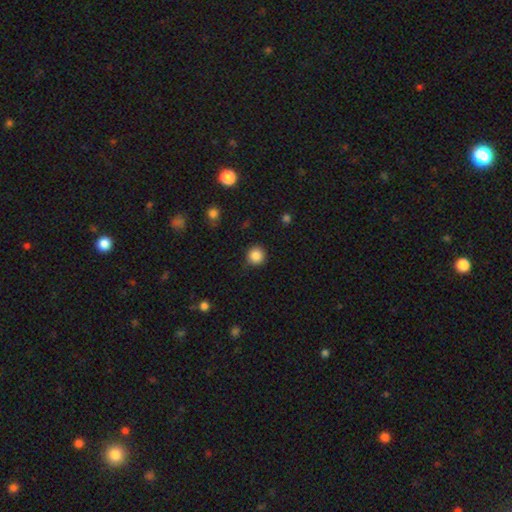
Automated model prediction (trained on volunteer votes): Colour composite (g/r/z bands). It shows a smooth galaxy with no disk features (87%) that is round (94%). Merging: none (88%).